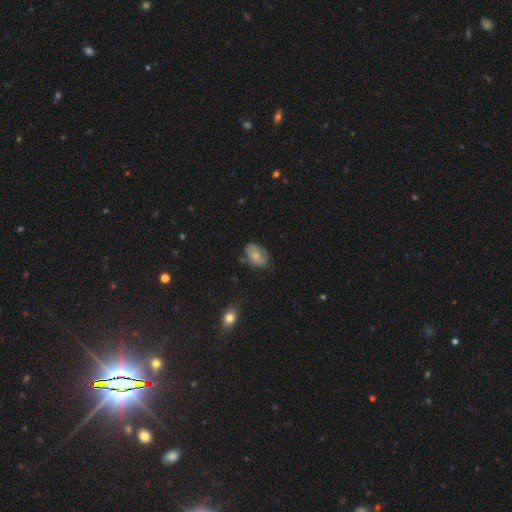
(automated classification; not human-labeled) smooth-or-featured: smooth: 68% | featured or disk: 24% | star or artifact: 8%
  how-rounded: in between: 83% | round: 15% | cigar-shaped: 1%
  merging: none: 61% | minor disturbance: 29% | major disturbance: 8% | merger: 2%